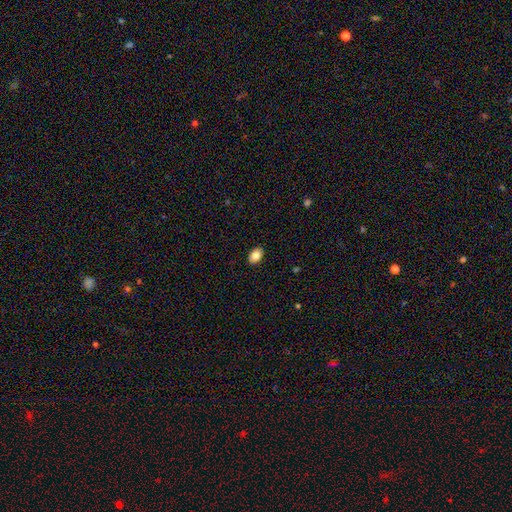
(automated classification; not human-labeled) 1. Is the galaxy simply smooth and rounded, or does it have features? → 85% smooth, 8% star or artifact, 7% featured or disk.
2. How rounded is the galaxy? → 86% in between, 13% round, 1% cigar-shaped.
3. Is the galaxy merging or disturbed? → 90% none, 7% minor disturbance, 2% major disturbance, 1% merger.